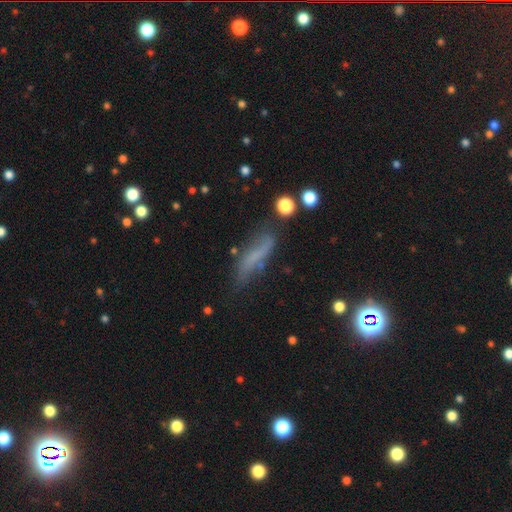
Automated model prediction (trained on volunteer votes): This appears to be a smooth galaxy with no disk features (49%). Merging: none (56%).